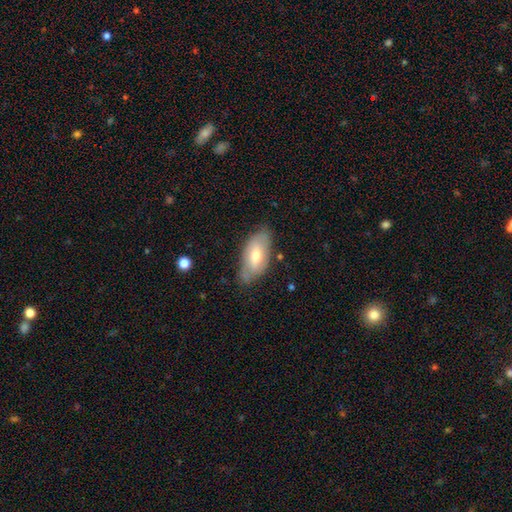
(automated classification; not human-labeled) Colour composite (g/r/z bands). It shows a smooth galaxy with no disk features (58%) that is in between round and cigar-shaped (90%). Merging: none (70%).